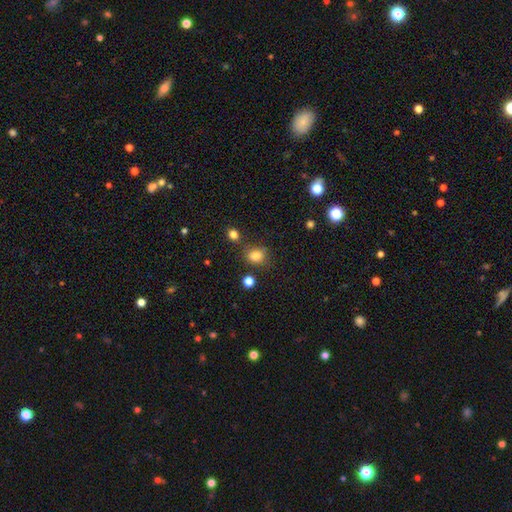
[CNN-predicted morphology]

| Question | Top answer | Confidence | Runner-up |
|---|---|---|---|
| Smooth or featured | smooth | 82% | star or artifact (13%) |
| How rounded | round | 58% | in between (41%) |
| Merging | none | 72% | minor disturbance (15%) |